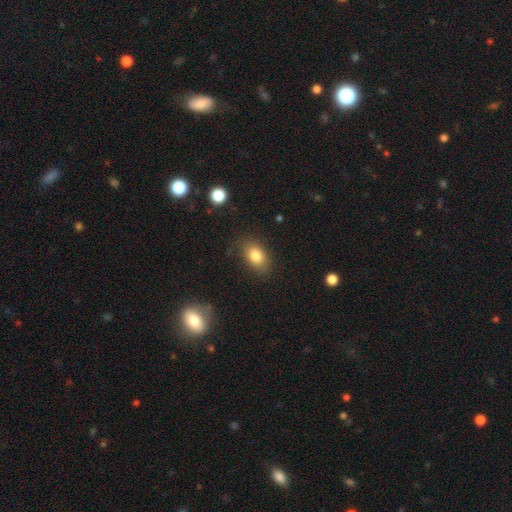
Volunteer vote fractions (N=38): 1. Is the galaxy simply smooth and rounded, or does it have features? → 79% smooth, 13% featured or disk, 8% star or artifact.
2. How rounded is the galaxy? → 80% in between, 17% round, 3% cigar-shaped.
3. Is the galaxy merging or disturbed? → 74% none, 20% minor disturbance, 6% major disturbance, 0% merger.